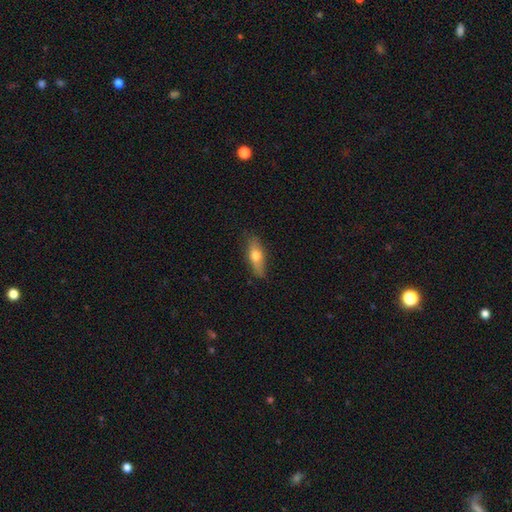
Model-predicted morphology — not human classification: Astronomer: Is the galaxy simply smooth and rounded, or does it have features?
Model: smooth — 65%.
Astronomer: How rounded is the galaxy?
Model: in between — 55% (runner-up: cigar-shaped, 41%).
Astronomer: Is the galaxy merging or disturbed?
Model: none — 80%.